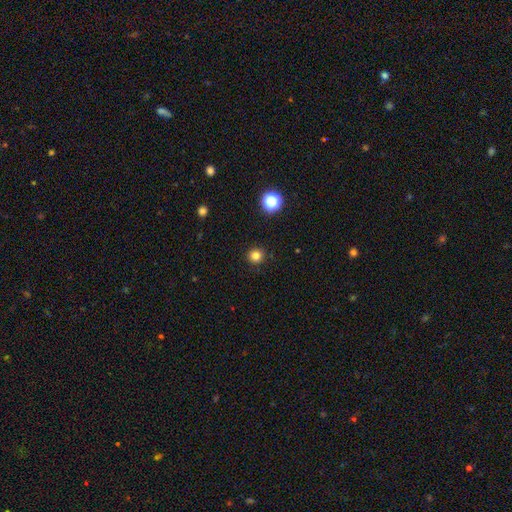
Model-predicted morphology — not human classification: Overall: smooth (81%). How rounded: round (95%). Merging: none (92%).